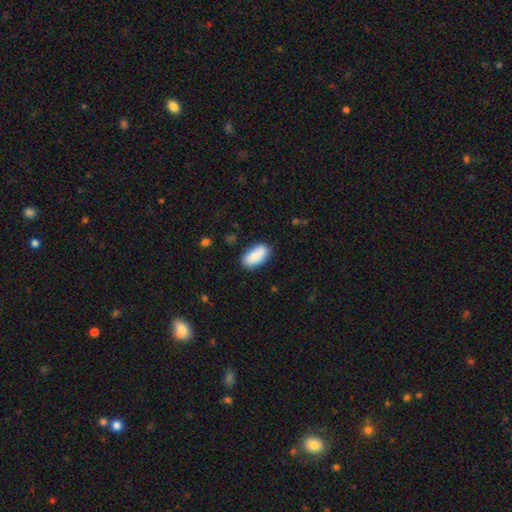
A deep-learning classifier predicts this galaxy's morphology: This is clearly a smooth galaxy (82%). How rounded: clearly in between (92%). Merging: clearly none (81%).